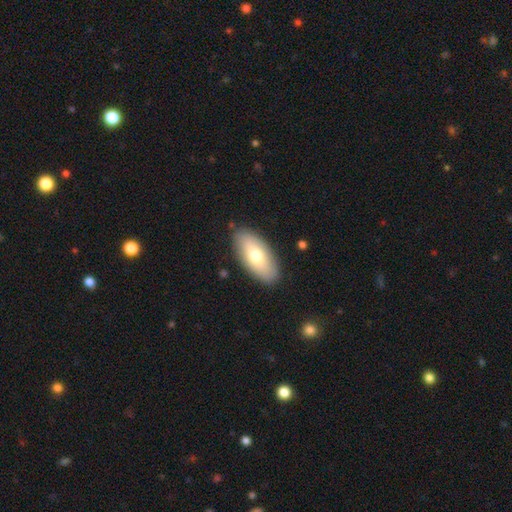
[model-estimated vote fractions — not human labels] Smooth or featured?
  - smooth: 71% *
  - featured or disk: 24%
  - star or artifact: 6%
How rounded?
  - in between: 89% *
  - cigar-shaped: 8%
  - round: 2%
Merging?
  - none: 87% *
  - minor disturbance: 9%
  - major disturbance: 2%
  - merger: 1%